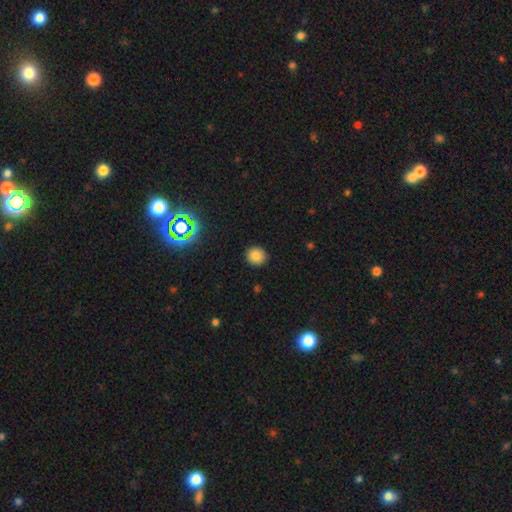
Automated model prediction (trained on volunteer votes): Smooth or featured: smooth — 81% (star or artifact — 13%)
How rounded: round — 85% (in between — 14%)
Merging: none — 90% (minor disturbance — 7%)